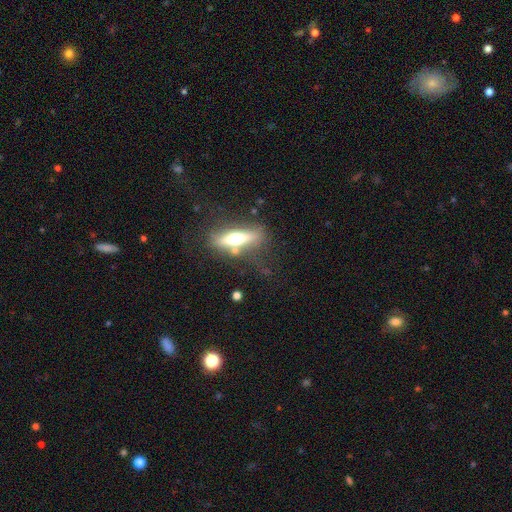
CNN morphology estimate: A featured or disk galaxy (56%) viewed edge-on (77%). Merging: none (56%).